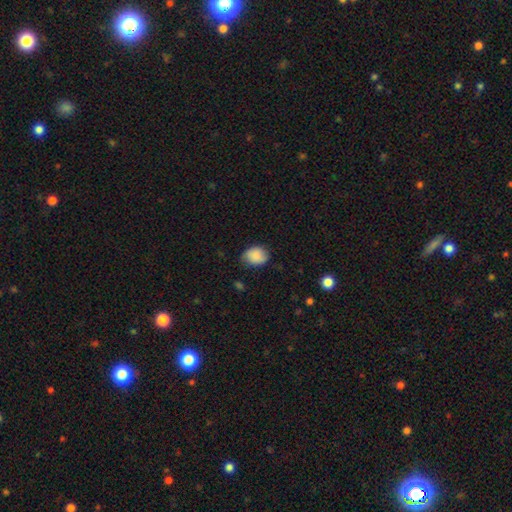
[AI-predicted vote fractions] smooth_or_featured: smooth (p=0.85) [alt: featured or disk p=0.08]
how_rounded: in between (p=0.56) [alt: round p=0.44]
merging: none (p=0.70) [alt: minor disturbance p=0.24]